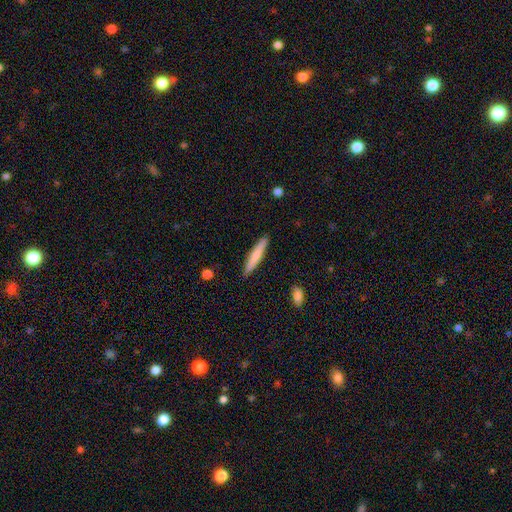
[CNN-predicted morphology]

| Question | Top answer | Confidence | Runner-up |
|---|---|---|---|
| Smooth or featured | smooth | 72% | featured or disk (23%) |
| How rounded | cigar-shaped | 93% | in between (6%) |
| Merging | none | 90% | minor disturbance (7%) |